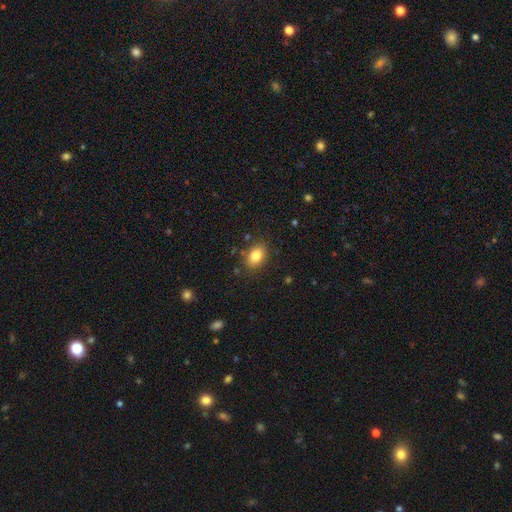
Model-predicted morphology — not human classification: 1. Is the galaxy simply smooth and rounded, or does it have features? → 83% smooth, 9% star or artifact, 8% featured or disk.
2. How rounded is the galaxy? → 78% in between, 21% round, 1% cigar-shaped.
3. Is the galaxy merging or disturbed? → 83% none, 12% minor disturbance, 3% major disturbance, 2% merger.